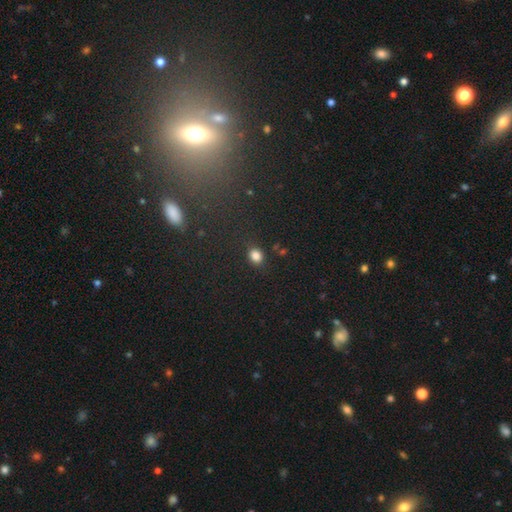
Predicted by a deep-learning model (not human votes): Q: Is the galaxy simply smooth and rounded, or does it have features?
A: smooth — 84%.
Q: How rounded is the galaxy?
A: round — 52%.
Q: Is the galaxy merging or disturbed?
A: none — 83%.